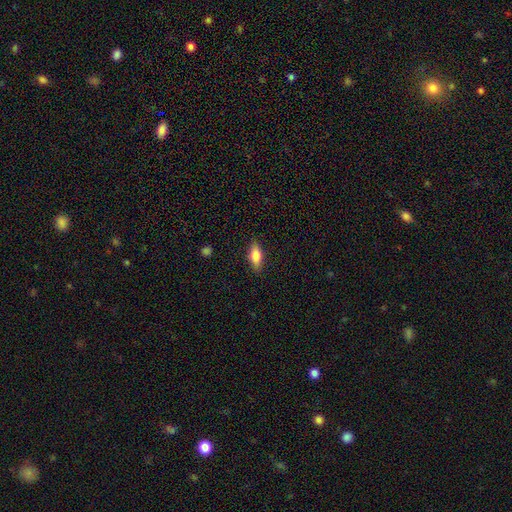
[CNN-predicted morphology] Overall: smooth (77%). How rounded: in between (78%). Merging: none (87%).